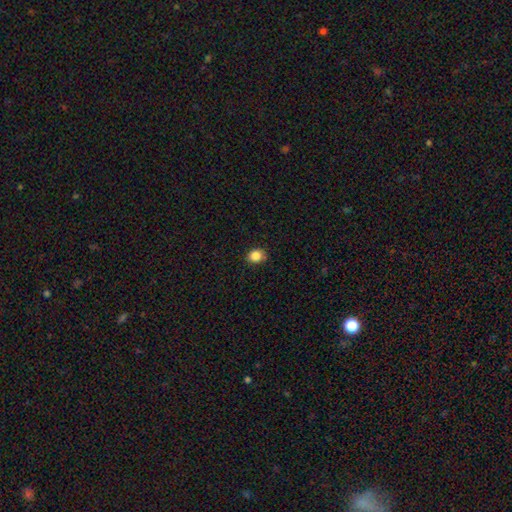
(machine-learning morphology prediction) Smooth or featured?
  - smooth: 85% *
  - star or artifact: 11%
  - featured or disk: 5%
How rounded?
  - round: 63% *
  - in between: 36%
  - cigar-shaped: 1%
Merging?
  - none: 84% *
  - minor disturbance: 13%
  - major disturbance: 2%
  - merger: 1%